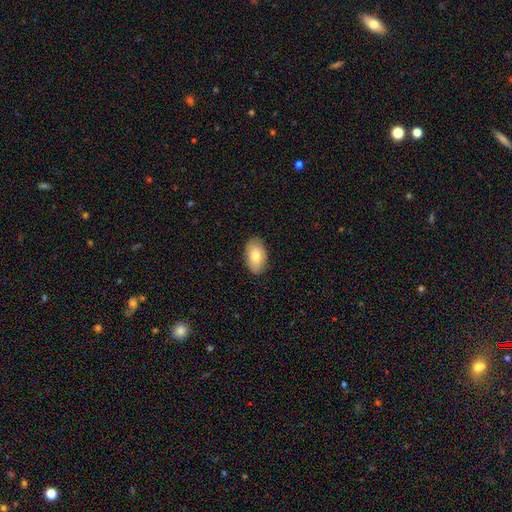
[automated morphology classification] Smooth or featured?
  - smooth: 80% *
  - featured or disk: 13%
  - star or artifact: 6%
How rounded?
  - in between: 93% *
  - round: 6%
  - cigar-shaped: 1%
Merging?
  - none: 88% *
  - minor disturbance: 9%
  - major disturbance: 2%
  - merger: 1%